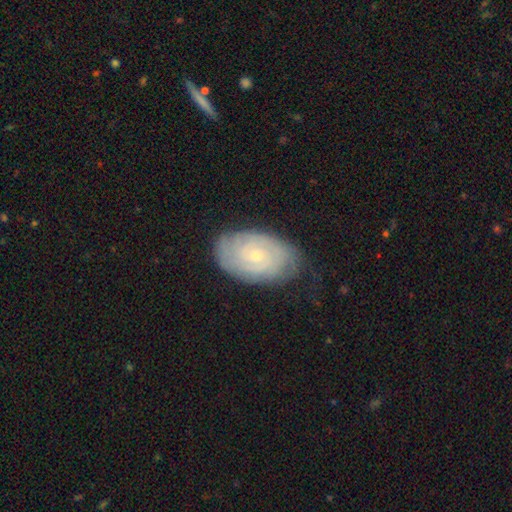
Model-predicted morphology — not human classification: Q: Smooth or featured?
A: featured or disk (75%); runner-up: smooth (18%)
Q: Edge-on disk?
A: no (96%); runner-up: yes (4%)
Q: Bar?
A: no (74%); runner-up: weak (23%)
Q: Spiral arms?
A: yes (93%); runner-up: no (7%)
Q: Spiral winding?
A: tight (79%); runner-up: medium (17%)
Q: Spiral arm count?
A: can't tell (43%); runner-up: 2 (29%)
Q: Bulge size?
A: small (77%); runner-up: moderate (20%)
Q: Merging?
A: none (72%); runner-up: minor disturbance (21%)